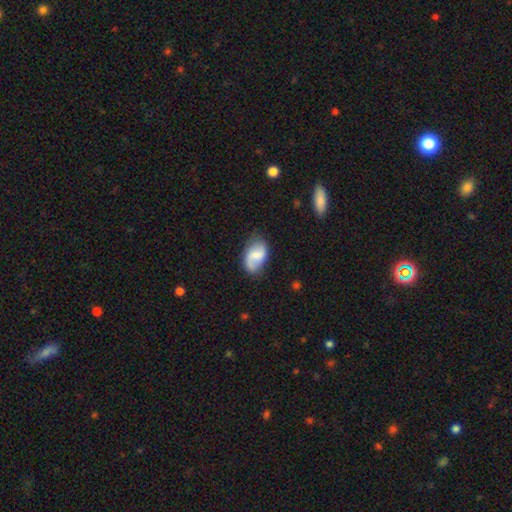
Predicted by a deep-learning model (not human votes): A smooth galaxy with no disk features (50%). Merging: none (64%).